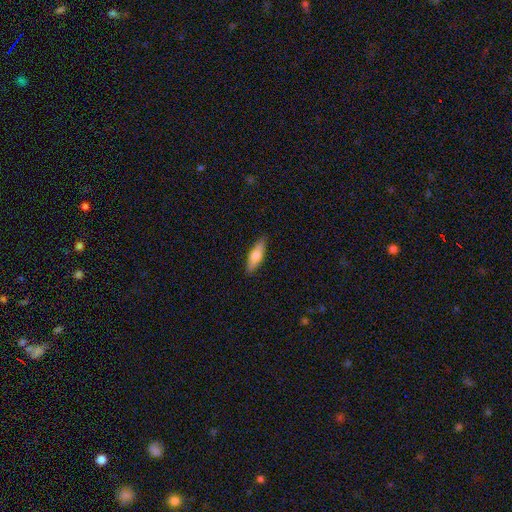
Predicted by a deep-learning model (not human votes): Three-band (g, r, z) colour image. It shows a smooth galaxy with no disk features (68%) that is cigar-shaped (53%). Merging: none (88%).